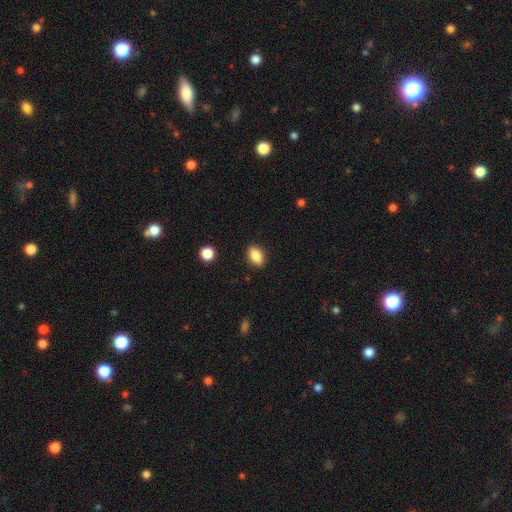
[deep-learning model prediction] Smooth or featured? Predicted: smooth (p=0.87). How rounded? Predicted: in between (p=0.87). Merging? Predicted: none (p=0.88).